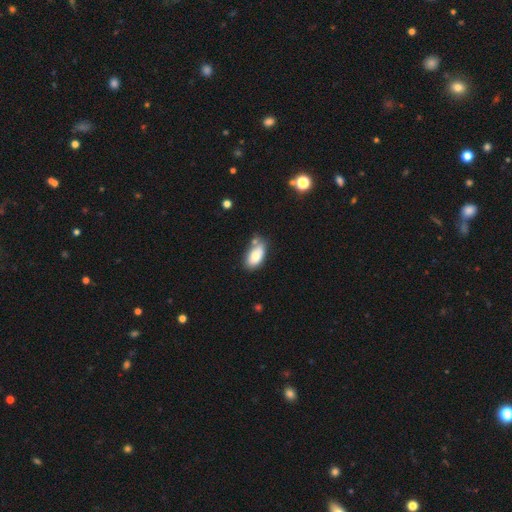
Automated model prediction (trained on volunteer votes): This appears to be a smooth galaxy with no disk features (76%) that is in between round and cigar-shaped (93%). Merging: none (48%).